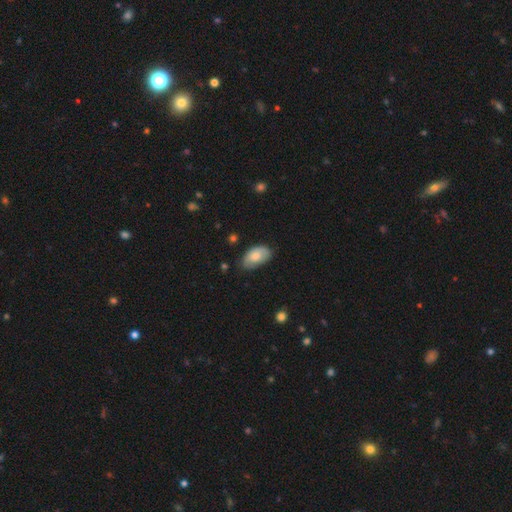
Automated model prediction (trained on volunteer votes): smooth_or_featured: smooth (p=0.73) [alt: featured or disk p=0.20]
how_rounded: in between (p=0.94) [alt: round p=0.05]
merging: none (p=0.60) [alt: minor disturbance p=0.32]